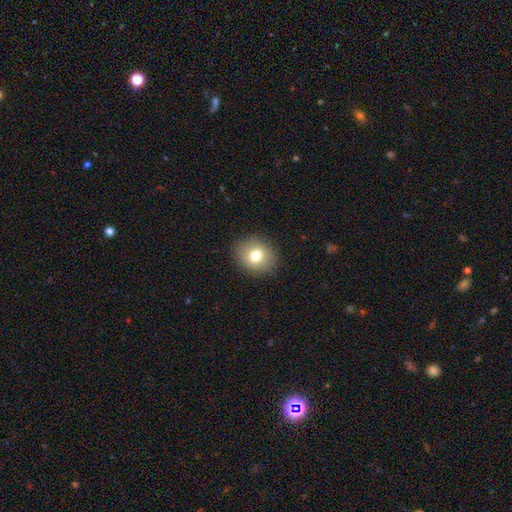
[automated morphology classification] smooth 76%, featured or disk 13%, star or artifact 10%. Down the decision tree: how rounded — round (75%); merging — none (89%).